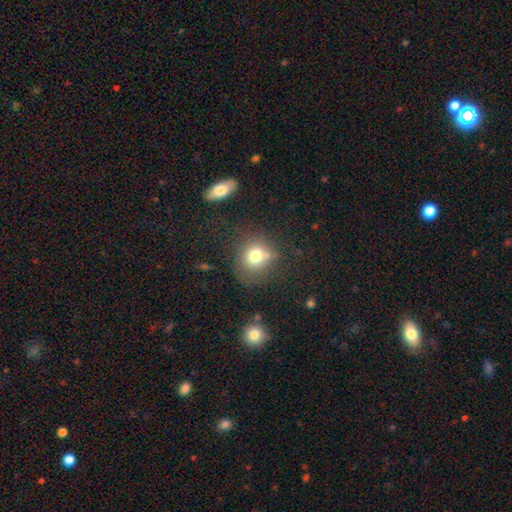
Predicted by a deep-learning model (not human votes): This appears to be a smooth galaxy with no disk features (75%) that is round (80%). Merging: none (63%).